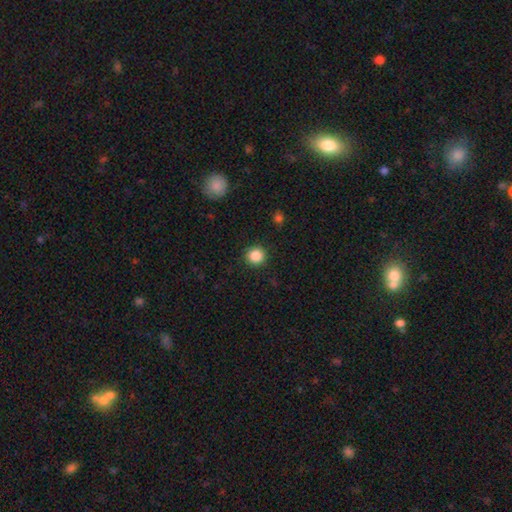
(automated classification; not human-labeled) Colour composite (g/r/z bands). It shows a smooth galaxy with no disk features (86%) that is round (93%). Merging: none (91%).